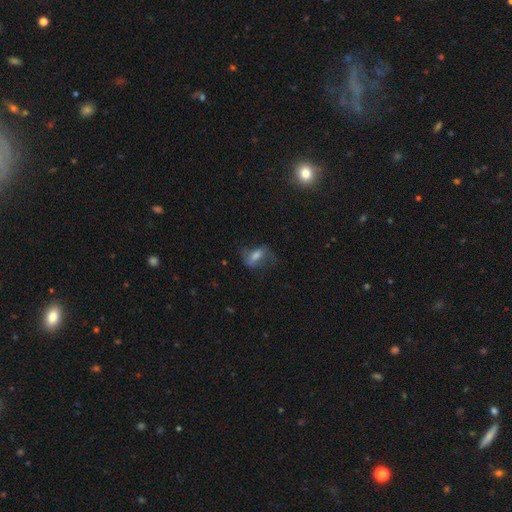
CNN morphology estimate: smooth-or-featured: smooth: 47% | featured or disk: 42% | star or artifact: 11%
  merging: none: 53% | minor disturbance: 22% | major disturbance: 22% | merger: 2%